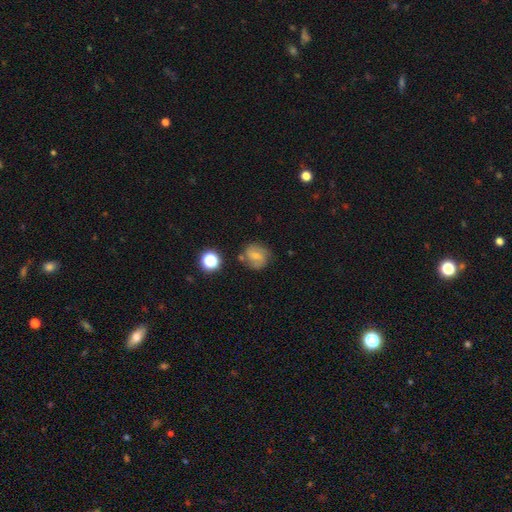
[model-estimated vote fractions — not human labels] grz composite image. It shows a smooth galaxy with no disk features (45%). Merging: none (70%).